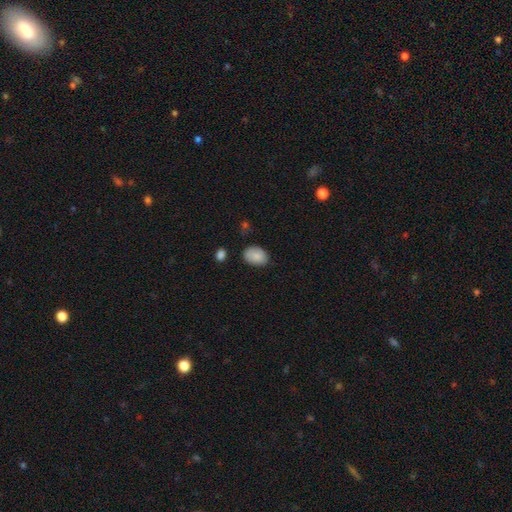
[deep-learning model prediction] smooth_or_featured: smooth (p=0.86) [alt: star or artifact p=0.07]
how_rounded: in between (p=0.80) [alt: round p=0.19]
merging: none (p=0.77) [alt: minor disturbance p=0.17]